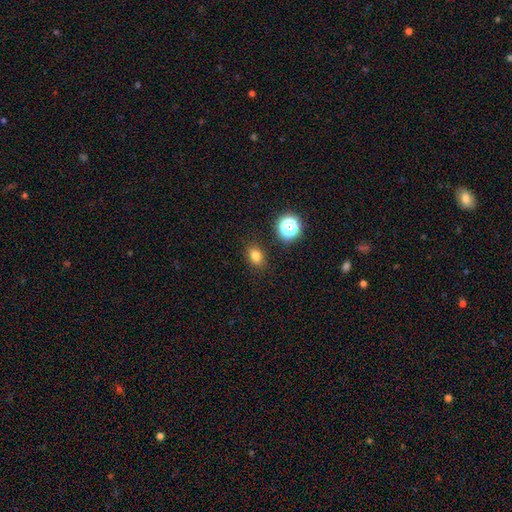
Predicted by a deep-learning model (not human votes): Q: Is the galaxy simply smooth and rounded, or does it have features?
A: smooth — 78%.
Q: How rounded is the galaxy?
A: in between — 67%.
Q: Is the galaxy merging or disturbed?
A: none — 87%.